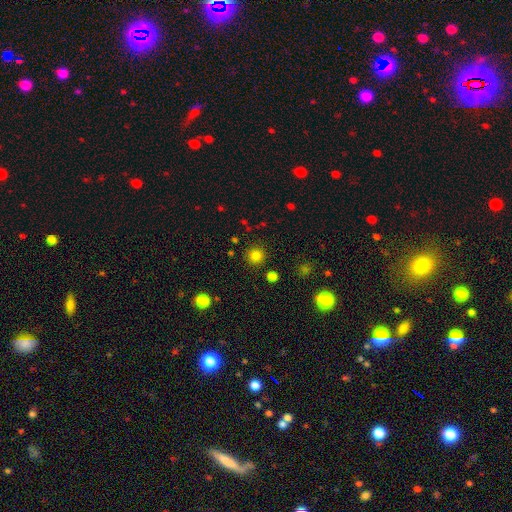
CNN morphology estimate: smooth 82%, star or artifact 14%, featured or disk 4%. Down the decision tree: how rounded — round (94%); merging — none (89%).